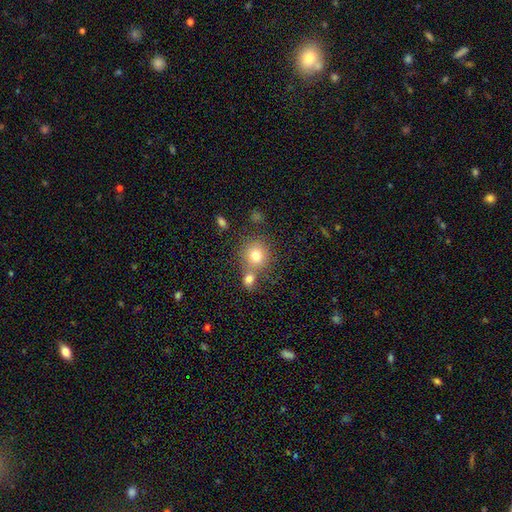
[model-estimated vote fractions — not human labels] Overall: smooth (79%). How rounded: round (85%). Merging: none (53%; merger 34%).